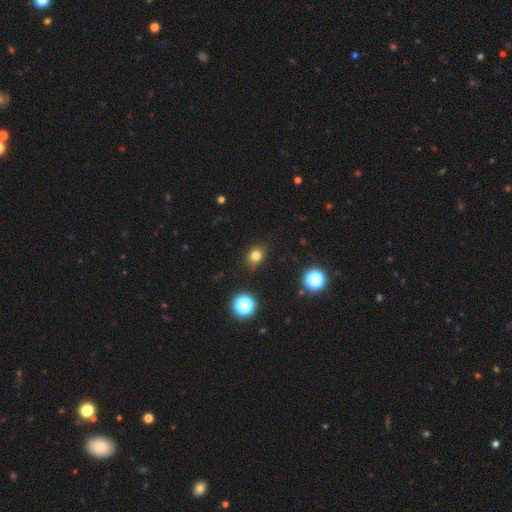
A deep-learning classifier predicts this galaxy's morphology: A smooth galaxy with no disk features (79%) that is round (57%).

Vote fractions:
- Smooth or featured? smooth: 79% / star or artifact: 15% / featured or disk: 6%
- How rounded? round: 57% / in between: 42% / cigar-shaped: 1%
- Merging? none: 86% / minor disturbance: 10% / major disturbance: 2% / merger: 1%